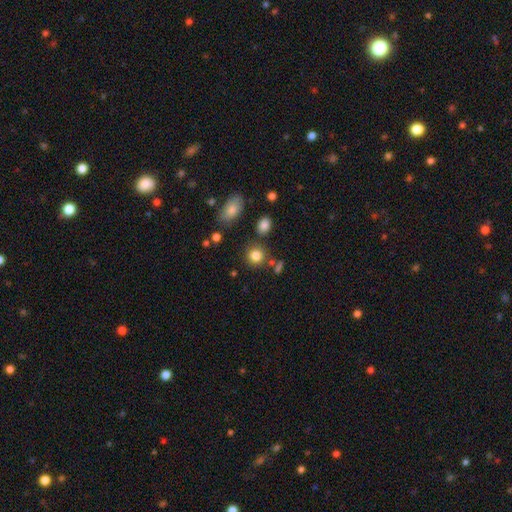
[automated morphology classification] Overall: smooth (83%). How rounded: round (86%). Merging: none (78%).